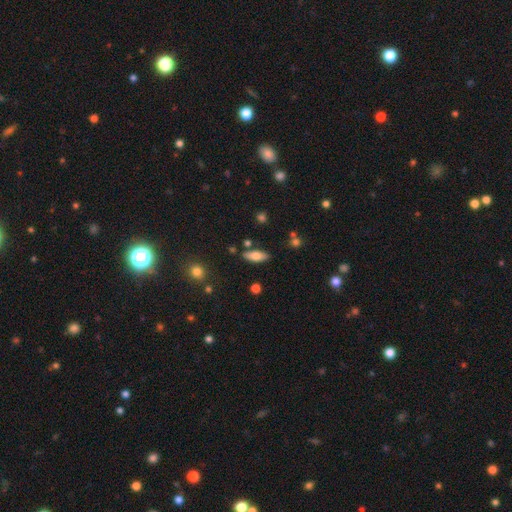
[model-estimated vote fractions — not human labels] Smooth or featured? smooth (71%)
How rounded? in between (73%)
Merging? none (80%)